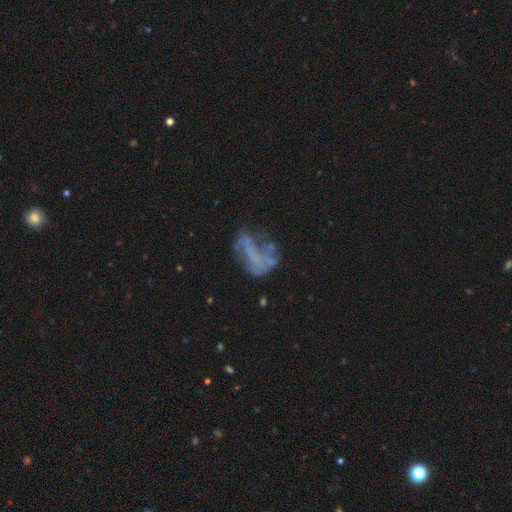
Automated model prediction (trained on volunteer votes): smooth_or_featured: featured or disk (p=0.58) [alt: smooth p=0.24]
disk_edge_on: no (p=0.97) [alt: yes p=0.03]
bar: no (p=0.81) [alt: weak p=0.11]
has_spiral_arms: no (p=0.81) [alt: yes p=0.19]
bulge_size: none (p=0.83) [alt: small p=0.10]
merging: none (p=0.36) [alt: major disturbance p=0.34]